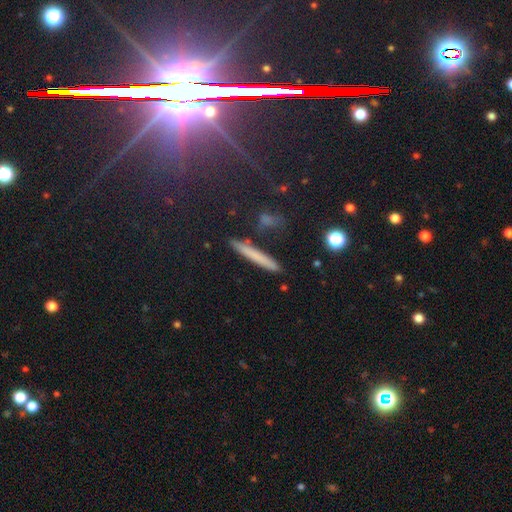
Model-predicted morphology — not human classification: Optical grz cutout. It shows a smooth galaxy with no disk features (67%) that is cigar-shaped (96%). Merging: none (87%).